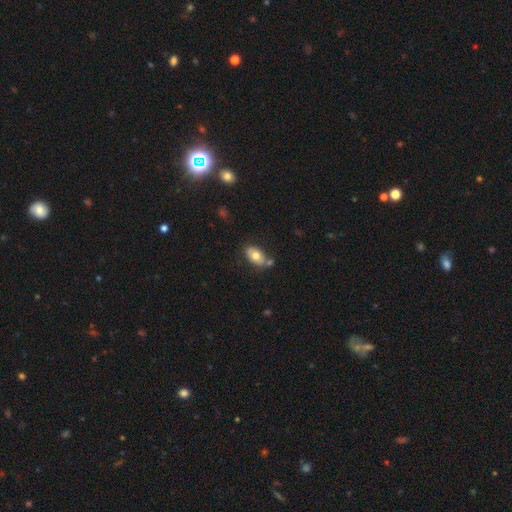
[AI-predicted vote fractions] smooth 72%, featured or disk 20%, star or artifact 7%. Down the decision tree: how rounded — in between (90%); merging — none (67%).